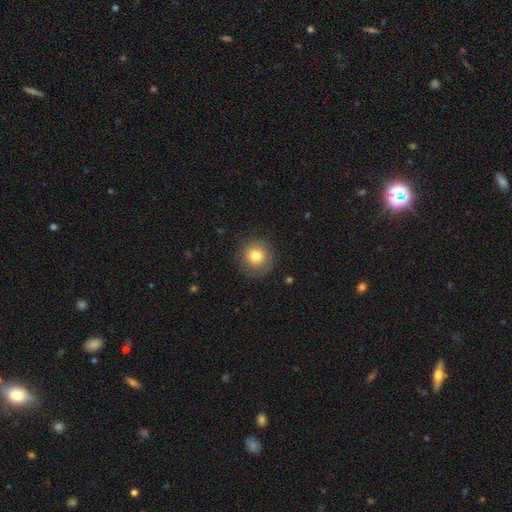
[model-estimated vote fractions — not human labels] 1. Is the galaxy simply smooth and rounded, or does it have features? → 77% smooth, 13% featured or disk, 9% star or artifact.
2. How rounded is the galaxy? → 93% round, 6% in between, 1% cigar-shaped.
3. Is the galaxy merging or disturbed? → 84% none, 11% minor disturbance, 4% major disturbance, 1% merger.